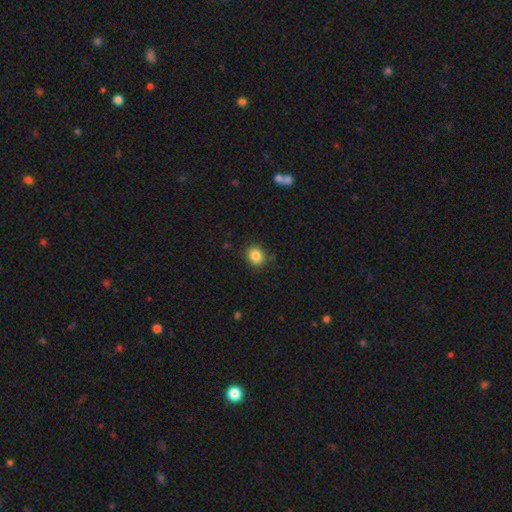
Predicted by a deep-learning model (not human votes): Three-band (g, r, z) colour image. It shows a smooth galaxy with no disk features (85%) that is round (71%). Merging: none (85%).